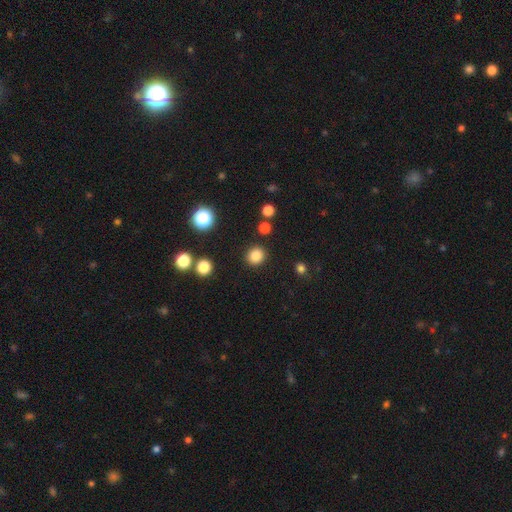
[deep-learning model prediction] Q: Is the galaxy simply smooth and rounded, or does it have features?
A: smooth — 84%.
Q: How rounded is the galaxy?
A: round — 87%.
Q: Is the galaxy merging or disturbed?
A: none — 90%.